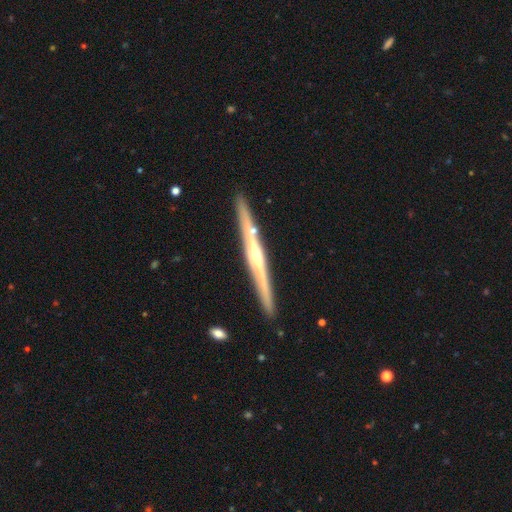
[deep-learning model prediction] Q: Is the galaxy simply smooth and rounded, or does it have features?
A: featured or disk — 79%.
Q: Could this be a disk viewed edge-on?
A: yes — 98%.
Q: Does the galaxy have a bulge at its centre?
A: rounded — 70%.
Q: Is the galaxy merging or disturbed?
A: none — 89%.